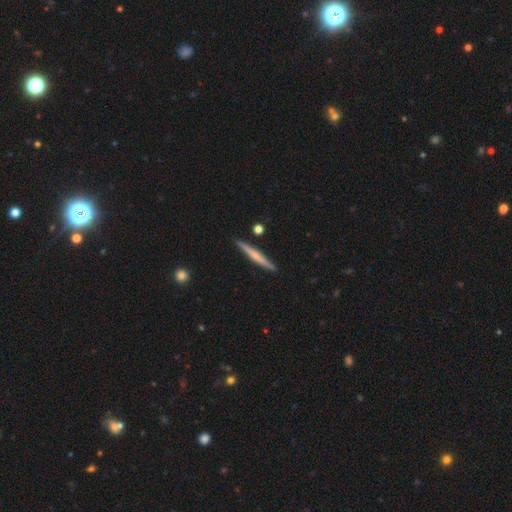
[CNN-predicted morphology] This is possibly a featured or disk galaxy (53%). It is clearly viewed edge-on (98%). Edge-on bulge: possibly rounded (47%). Merging: clearly none (90%).